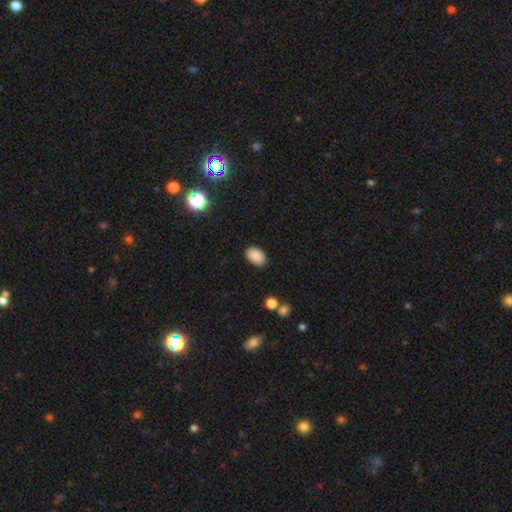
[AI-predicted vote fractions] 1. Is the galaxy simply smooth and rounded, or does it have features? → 88% smooth, 8% star or artifact, 3% featured or disk.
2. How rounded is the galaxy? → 88% in between, 11% round, 1% cigar-shaped.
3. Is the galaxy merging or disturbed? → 85% none, 11% minor disturbance, 2% major disturbance, 1% merger.